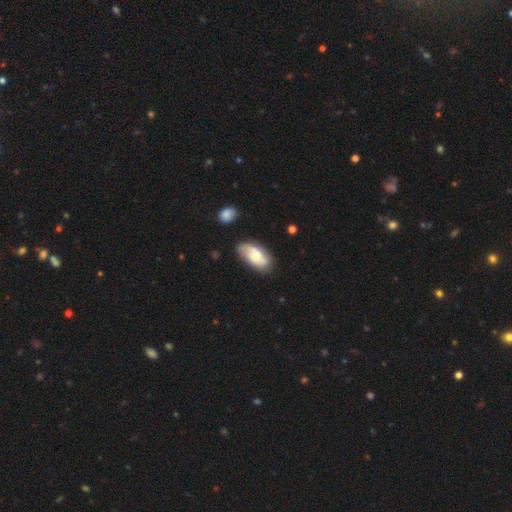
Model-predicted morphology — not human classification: smooth-or-featured: smooth: 50% | featured or disk: 43% | star or artifact: 7%
  how-rounded: in between: 93% | round: 4% | cigar-shaped: 3%
  merging: none: 70% | minor disturbance: 22% | major disturbance: 6% | merger: 3%